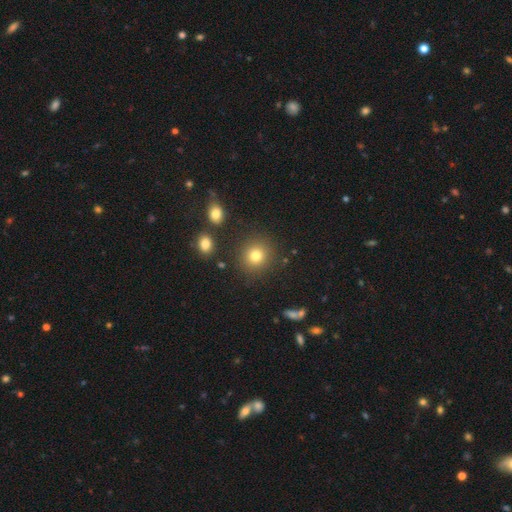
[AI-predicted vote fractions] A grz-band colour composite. It shows a smooth galaxy with no disk features (80%) that is round (88%). Merging: none (87%).